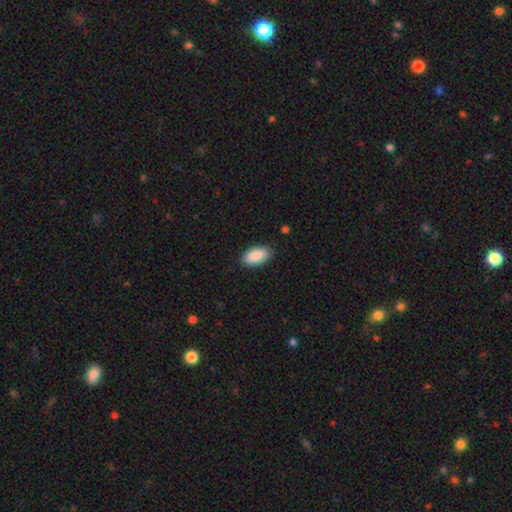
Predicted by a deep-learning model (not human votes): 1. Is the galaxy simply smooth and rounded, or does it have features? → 90% smooth, 6% star or artifact, 4% featured or disk.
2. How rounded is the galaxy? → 95% in between, 3% cigar-shaped, 2% round.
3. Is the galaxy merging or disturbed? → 86% none, 11% minor disturbance, 2% major disturbance, 1% merger.